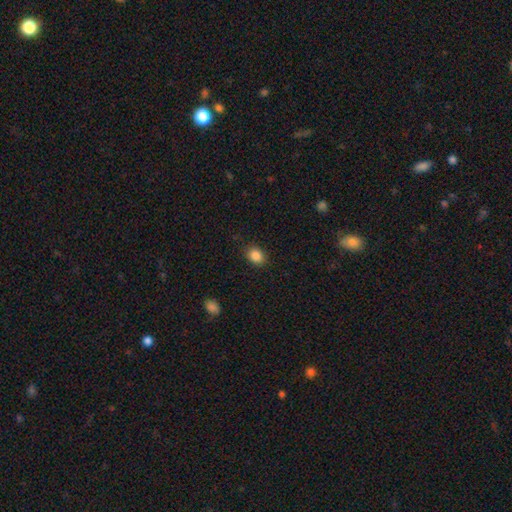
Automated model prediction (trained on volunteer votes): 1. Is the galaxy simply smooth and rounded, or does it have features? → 86% smooth, 10% star or artifact, 4% featured or disk.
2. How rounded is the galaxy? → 53% in between, 46% round, 1% cigar-shaped.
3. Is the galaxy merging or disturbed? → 87% none, 9% minor disturbance, 3% major disturbance, 1% merger.